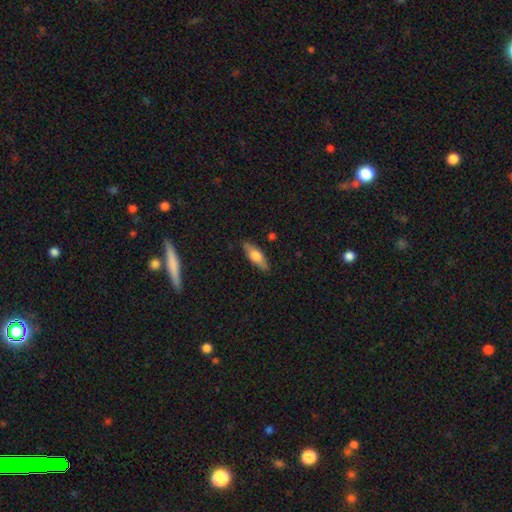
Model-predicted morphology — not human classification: type=smooth (59%); roundness=in between (55%); merging=none (86%).